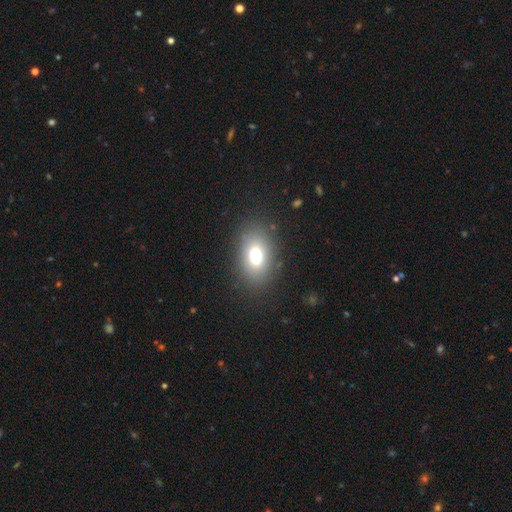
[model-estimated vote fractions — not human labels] Smooth or featured? smooth (76%)
How rounded? in between (87%)
Merging? none (81%)